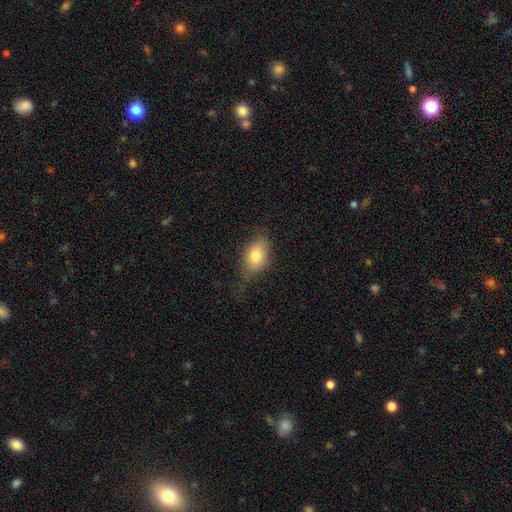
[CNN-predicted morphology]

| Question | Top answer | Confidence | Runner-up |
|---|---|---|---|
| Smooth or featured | smooth | 79% | featured or disk (13%) |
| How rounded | in between | 84% | round (13%) |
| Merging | none | 54% | minor disturbance (32%) |